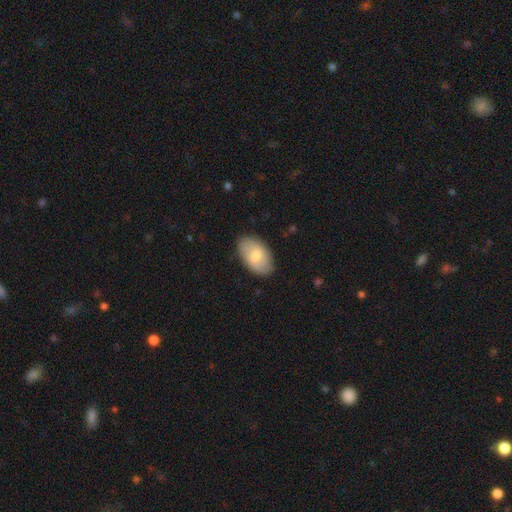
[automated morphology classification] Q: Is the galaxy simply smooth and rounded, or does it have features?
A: smooth — 67%.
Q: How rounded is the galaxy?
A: in between — 93%.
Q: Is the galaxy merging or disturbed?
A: none — 82%.